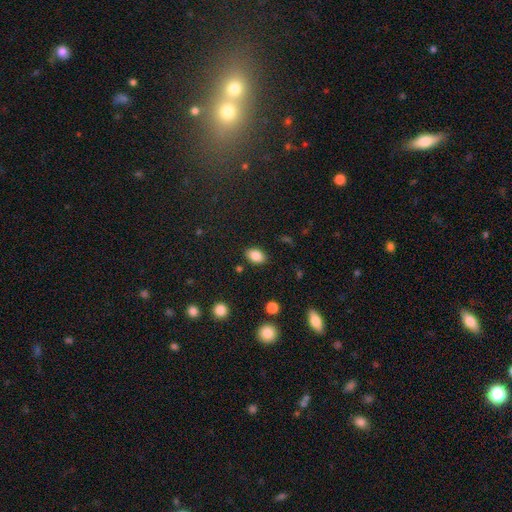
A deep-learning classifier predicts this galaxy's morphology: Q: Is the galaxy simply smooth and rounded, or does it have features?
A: smooth — 86%.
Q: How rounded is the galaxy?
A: in between — 84%.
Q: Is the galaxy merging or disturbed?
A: none — 86%.